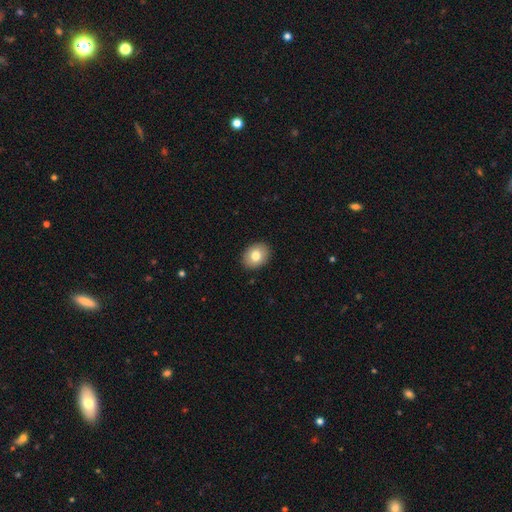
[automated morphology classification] The model was most divided on "how rounded": in between: 57%, round: 42%, cigar-shaped: 1%. More confident: merging — none (91%); smooth or featured — smooth (79%).